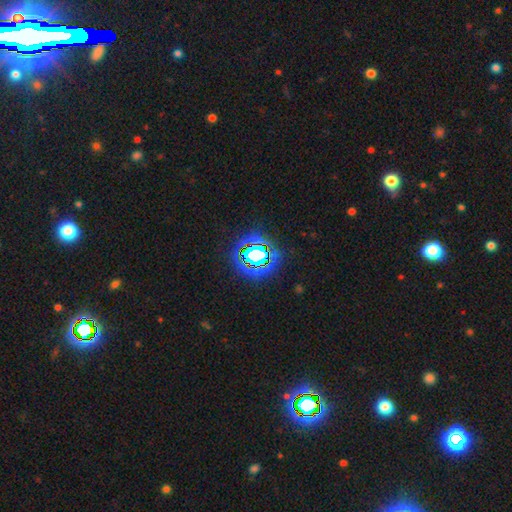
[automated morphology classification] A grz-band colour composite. It shows a star or artifact, not a galaxy (63%).